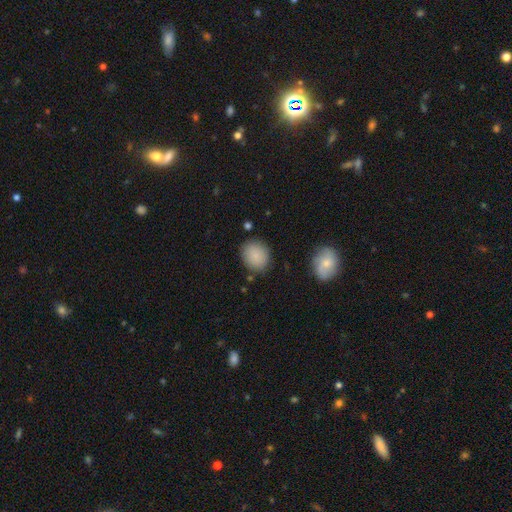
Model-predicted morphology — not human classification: Smooth or featured? smooth (86%)
How rounded? round (64%)
Merging? none (83%)